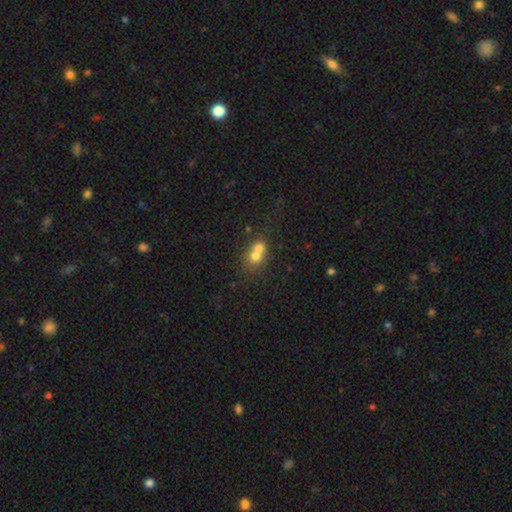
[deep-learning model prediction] Smooth or featured?
  - smooth: 67% *
  - featured or disk: 20%
  - star or artifact: 12%
How rounded?
  - round: 71% *
  - in between: 28%
  - cigar-shaped: 1%
Merging?
  - merger: 68% *
  - none: 25%
  - minor disturbance: 5%
  - major disturbance: 3%